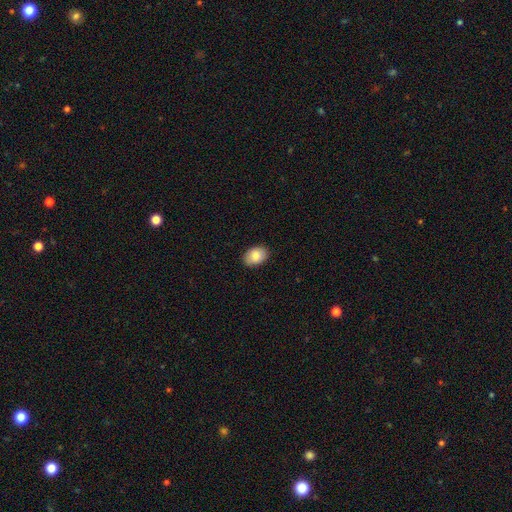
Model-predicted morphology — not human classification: Q: Smooth or featured?
A: smooth (84%); runner-up: featured or disk (9%)
Q: How rounded?
A: in between (84%); runner-up: round (15%)
Q: Merging?
A: none (87%); runner-up: minor disturbance (10%)